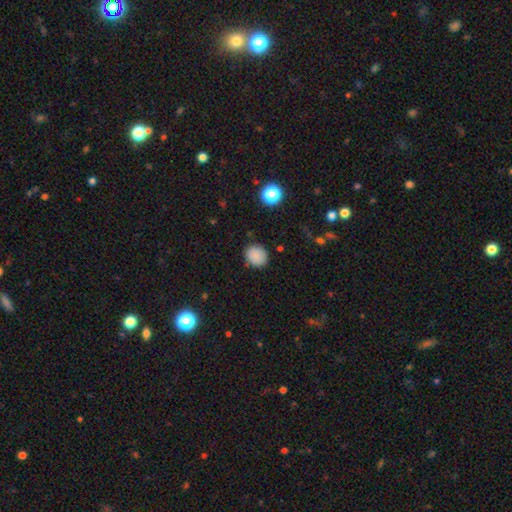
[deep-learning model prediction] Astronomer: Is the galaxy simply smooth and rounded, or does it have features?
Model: smooth — 87%.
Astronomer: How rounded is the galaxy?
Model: round — 76%.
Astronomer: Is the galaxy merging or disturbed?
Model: none — 87%.